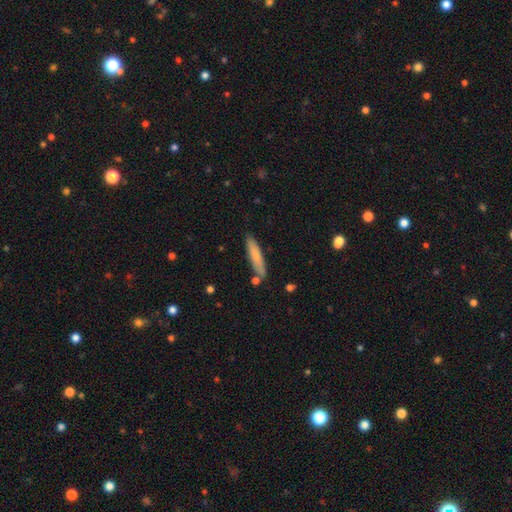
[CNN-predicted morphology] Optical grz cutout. It shows a smooth galaxy with no disk features (74%) that is cigar-shaped (85%). Merging: none (81%).